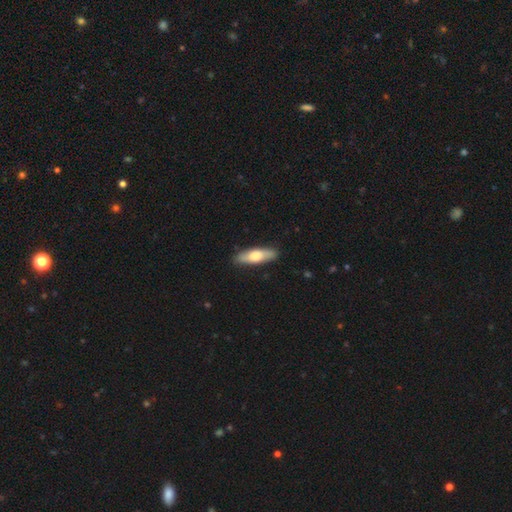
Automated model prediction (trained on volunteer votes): A smooth galaxy with no disk features (60%) that is cigar-shaped (57%). Merging: none (89%).